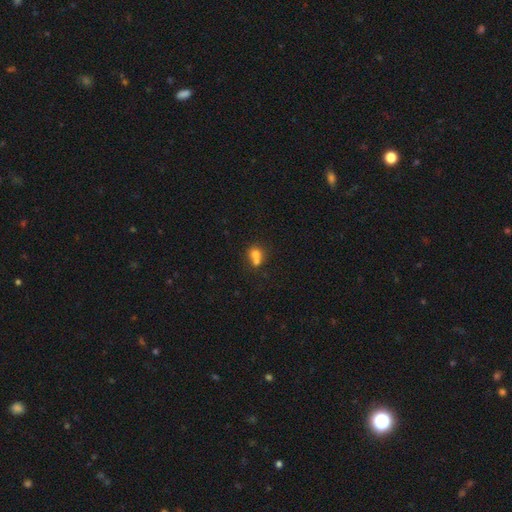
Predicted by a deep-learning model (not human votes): smooth_or_featured: smooth (p=0.71) [alt: featured or disk p=0.17]
how_rounded: round (p=0.73) [alt: in between p=0.26]
merging: merger (p=0.60) [alt: none p=0.29]